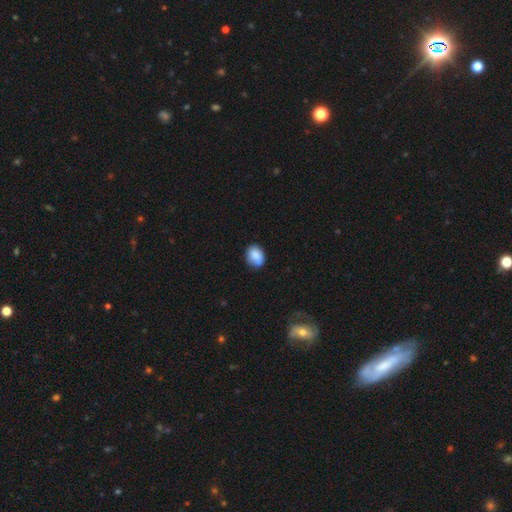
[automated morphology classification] smooth 84%, featured or disk 8%, star or artifact 8%. Down the decision tree: how rounded — in between (50%); merging — none (65%).